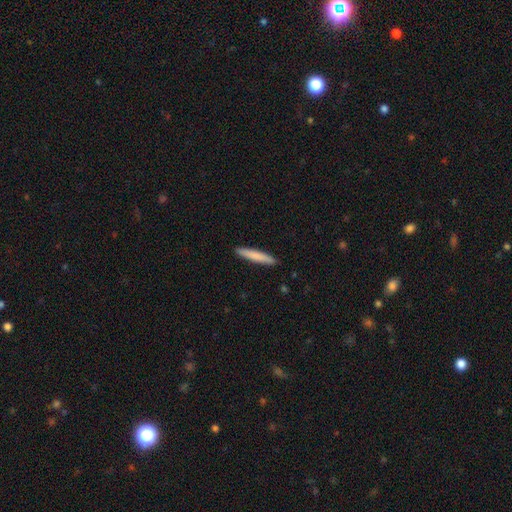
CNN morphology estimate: This appears to be a smooth galaxy with no disk features (80%) that is cigar-shaped (93%). Merging: none (91%).